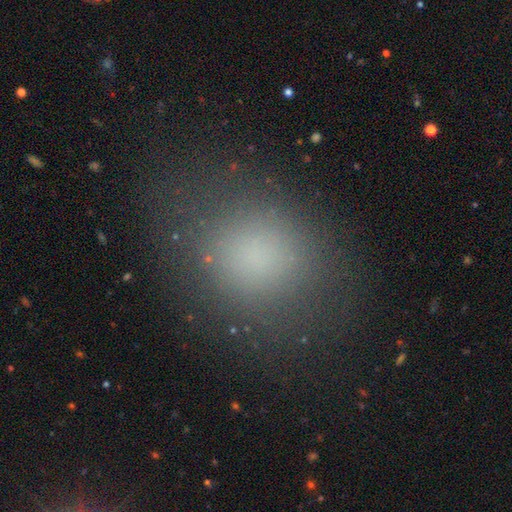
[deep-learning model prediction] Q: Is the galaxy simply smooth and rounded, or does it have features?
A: smooth — 76%.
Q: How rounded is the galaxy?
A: round — 57%.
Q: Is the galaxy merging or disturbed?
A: none — 76%.